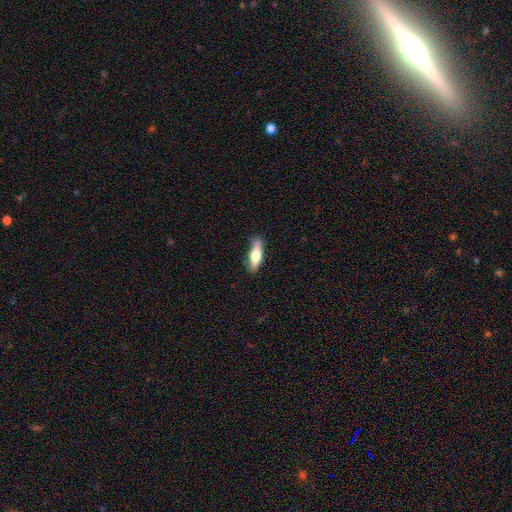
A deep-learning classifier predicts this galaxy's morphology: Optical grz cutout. It shows a smooth galaxy with no disk features (59%) that is cigar-shaped (55%). Merging: none (79%).